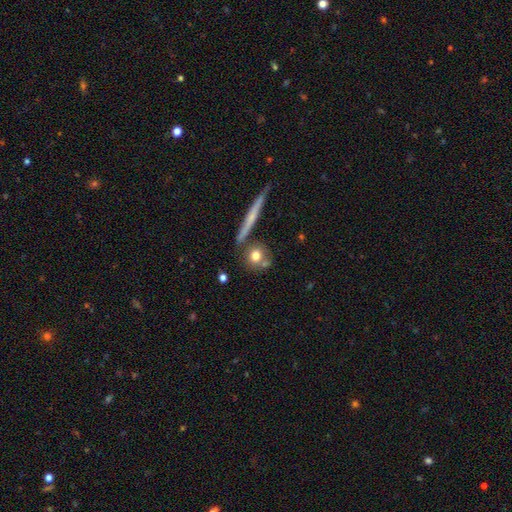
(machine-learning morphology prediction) smooth 72%, featured or disk 18%, star or artifact 10%. Down the decision tree: how rounded — round (80%); merging — none (68%).